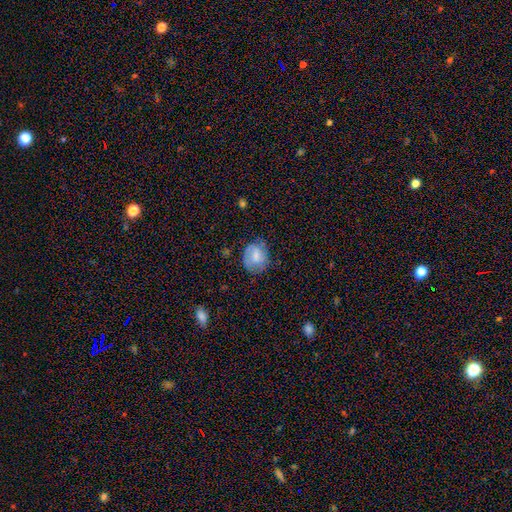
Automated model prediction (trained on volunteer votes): The model was most divided on "smooth or featured": smooth: 61%, featured or disk: 31%, star or artifact: 8%. More confident: how rounded — round (65%); merging — none (62%).